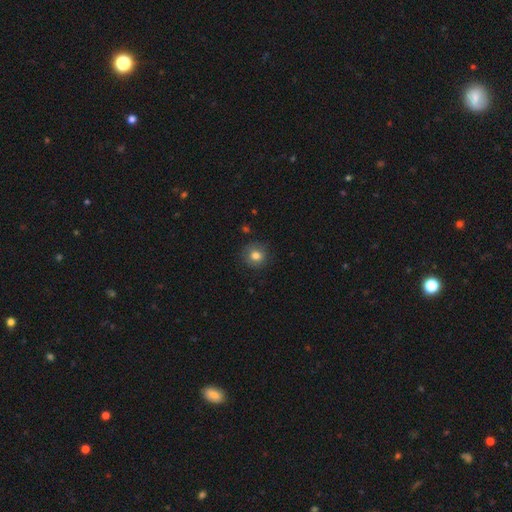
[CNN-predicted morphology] A smooth galaxy with no disk features (81%) that is round (89%).

Vote fractions:
- Smooth or featured? smooth: 81% / star or artifact: 11% / featured or disk: 8%
- How rounded? round: 89% / in between: 10% / cigar-shaped: 1%
- Merging? none: 85% / minor disturbance: 11% / major disturbance: 3% / merger: 1%